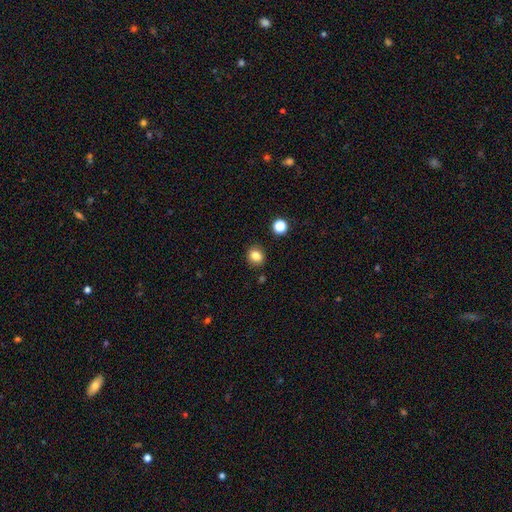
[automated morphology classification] Overall: smooth (83%). How rounded: round (66%; in between 33%). Merging: none (87%).